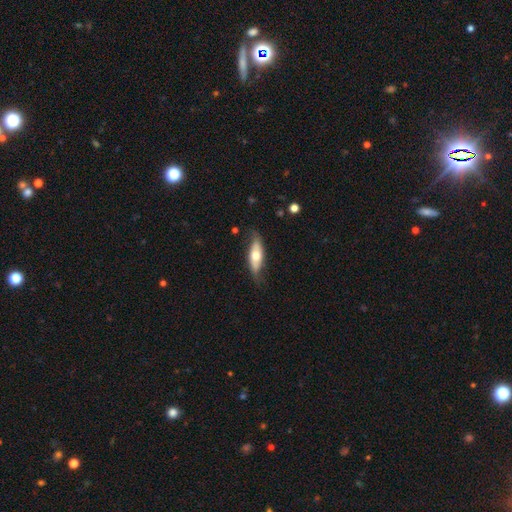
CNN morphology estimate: A smooth galaxy with no disk features (51%) that is in between round and cigar-shaped (64%).

Vote fractions:
- Smooth or featured? smooth: 51% / featured or disk: 44% / star or artifact: 5%
- How rounded? in between: 64% / cigar-shaped: 33% / round: 3%
- Merging? none: 69% / minor disturbance: 23% / major disturbance: 6% / merger: 2%